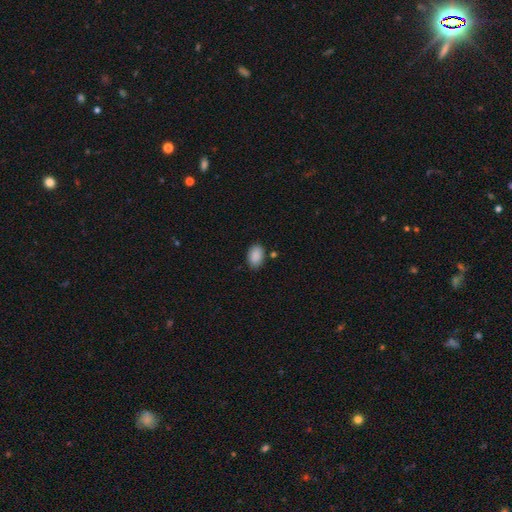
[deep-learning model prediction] A smooth galaxy with no disk features (89%) that is in between round and cigar-shaped (89%). Merging: none (81%).